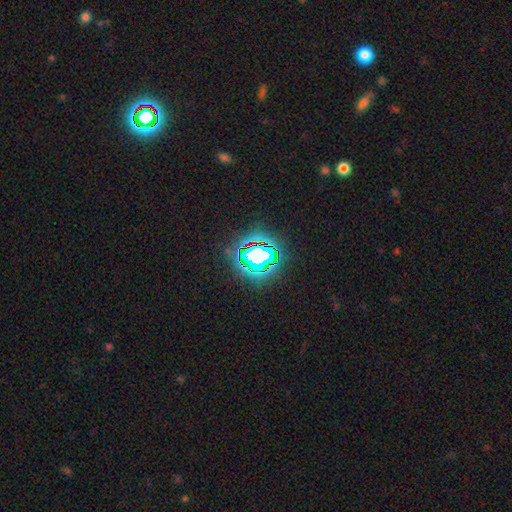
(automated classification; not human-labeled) This appears to be a star or artifact, not a galaxy (67%).